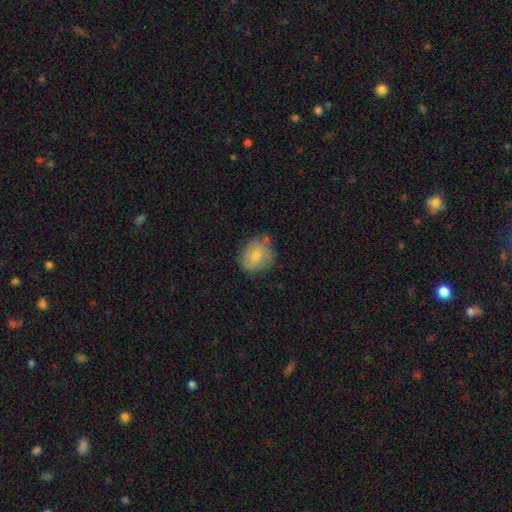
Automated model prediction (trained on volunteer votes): This is possibly a smooth galaxy (56%). How rounded: likely round (66%). Merging: likely none (62%).